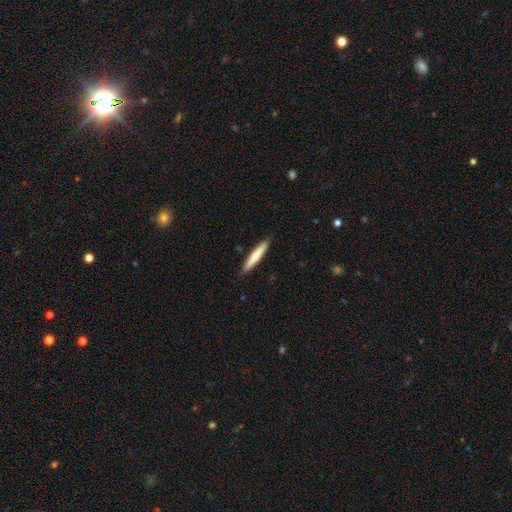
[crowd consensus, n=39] A smooth galaxy with no disk features (64%) that is cigar-shaped (96%). Merging: none (77%).